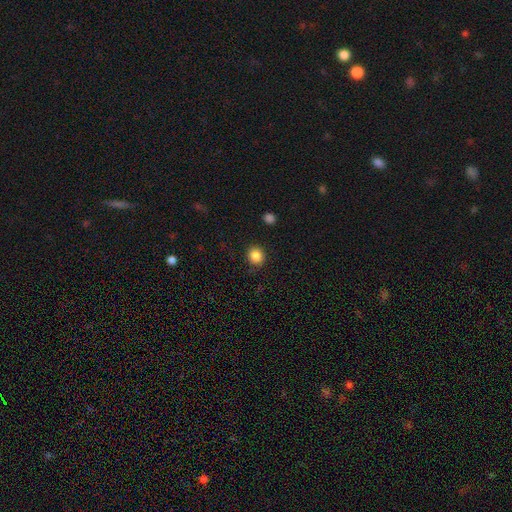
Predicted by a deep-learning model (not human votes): Smooth or featured? smooth (87%)
How rounded? round (87%)
Merging? none (89%)